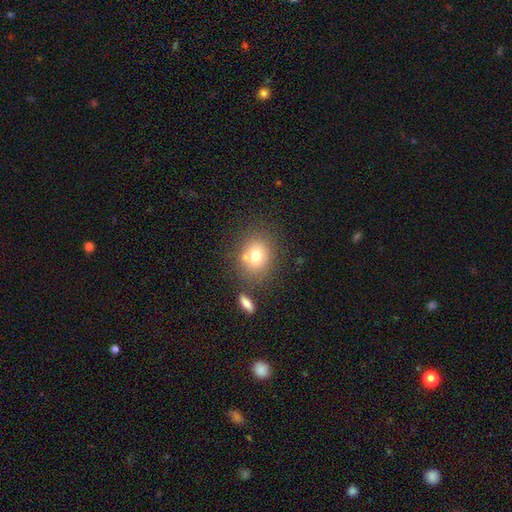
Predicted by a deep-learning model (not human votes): This appears to be a smooth galaxy with no disk features (74%) that is round (66%). Merging: none (66%).